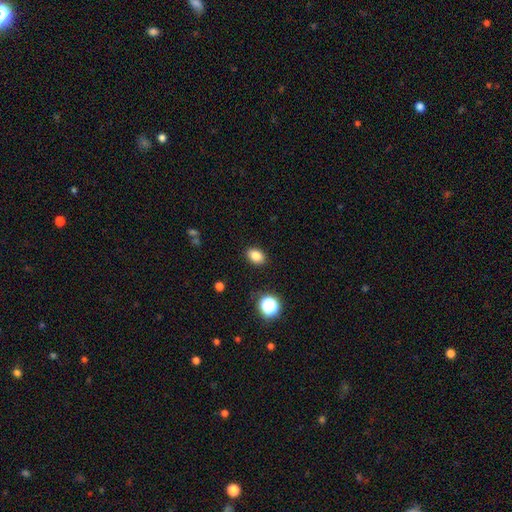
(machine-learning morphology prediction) smooth_or_featured: smooth (p=0.83) [alt: star or artifact p=0.11]
how_rounded: in between (p=0.74) [alt: round p=0.24]
merging: none (p=0.88) [alt: minor disturbance p=0.08]